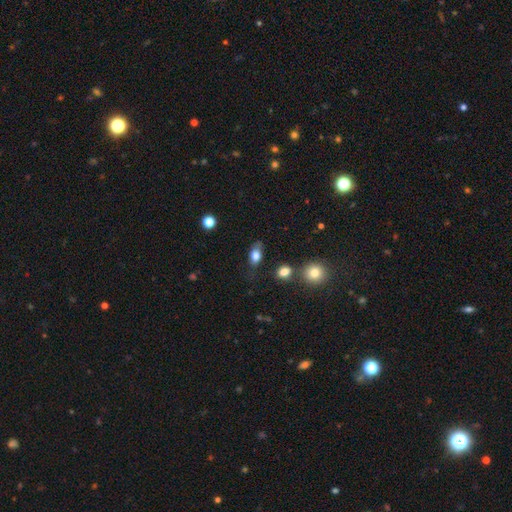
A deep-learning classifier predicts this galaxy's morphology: type=smooth (80%); roundness=in between (84%); merging=none (68%).